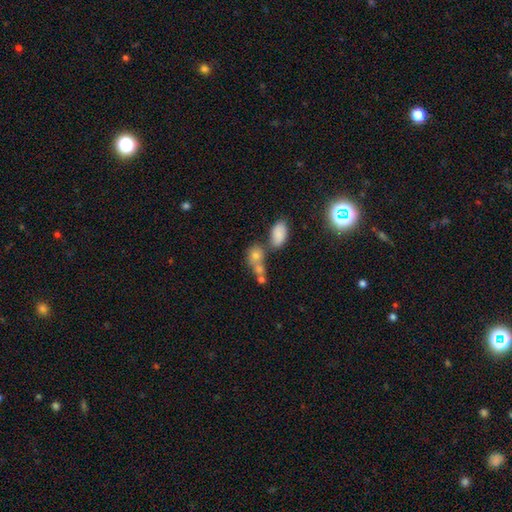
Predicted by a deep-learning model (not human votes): smooth_or_featured: smooth (p=0.71) [alt: featured or disk p=0.16]
how_rounded: round (p=0.51) [alt: in between p=0.46]
merging: merger (p=0.51) [alt: none p=0.33]